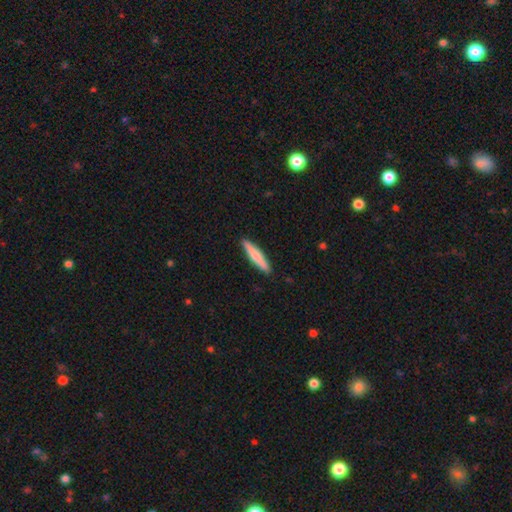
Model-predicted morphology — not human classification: smooth_or_featured: smooth (p=0.69) [alt: featured or disk p=0.26]
how_rounded: cigar-shaped (p=0.90) [alt: in between p=0.08]
merging: none (p=0.91) [alt: minor disturbance p=0.06]